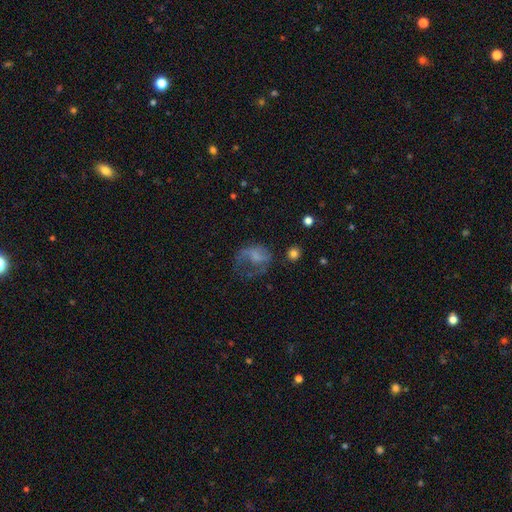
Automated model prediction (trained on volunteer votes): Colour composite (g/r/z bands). It shows a smooth galaxy with no disk features (46%). Merging: major disturbance (51%).